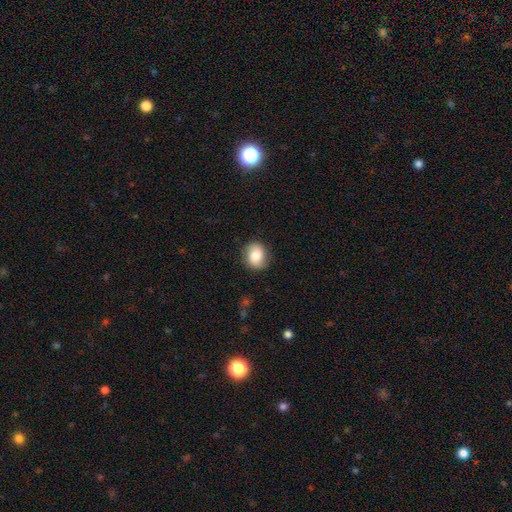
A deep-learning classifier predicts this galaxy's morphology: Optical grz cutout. It shows a smooth galaxy with no disk features (70%) that is round (69%). Merging: none (84%).